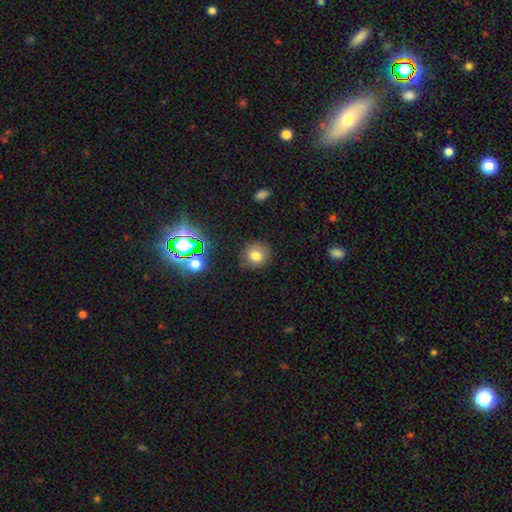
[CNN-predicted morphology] smooth-or-featured: smooth: 75% | star or artifact: 15% | featured or disk: 10%
  how-rounded: round: 85% | in between: 14% | cigar-shaped: 1%
  merging: none: 85% | minor disturbance: 10% | major disturbance: 3% | merger: 2%